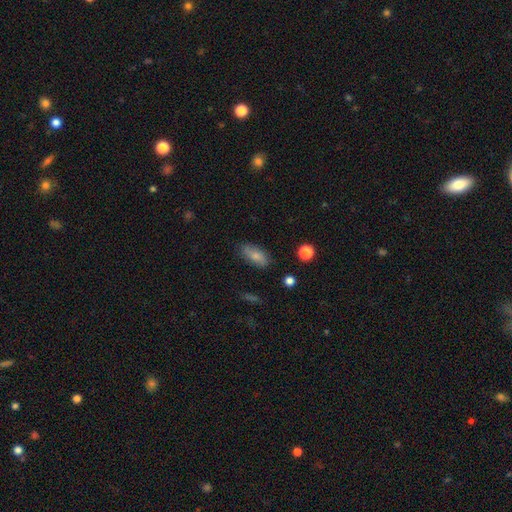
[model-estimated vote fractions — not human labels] Overall: smooth (79%). How rounded: in between (84%). Merging: none (80%).